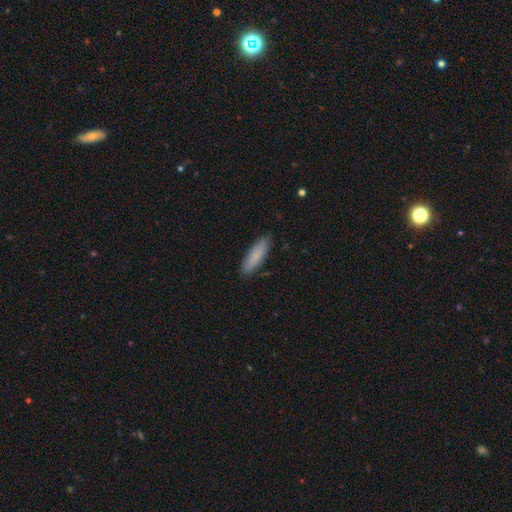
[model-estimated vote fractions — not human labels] smooth-or-featured: smooth: 83% | featured or disk: 12% | star or artifact: 6%
  how-rounded: cigar-shaped: 61% | in between: 38% | round: 2%
  merging: none: 87% | minor disturbance: 11% | major disturbance: 2% | merger: 1%